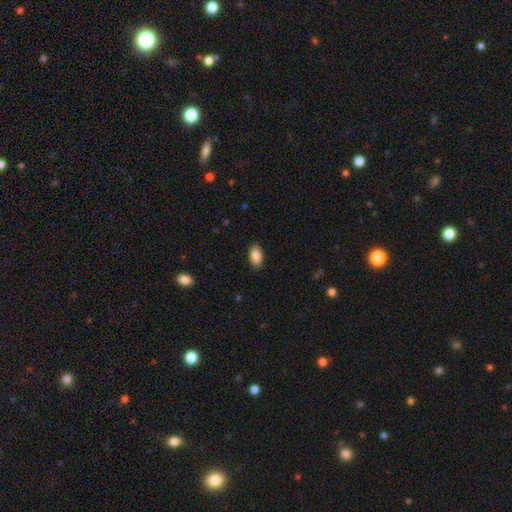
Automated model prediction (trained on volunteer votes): smooth 86%, featured or disk 7%, star or artifact 7%. Down the decision tree: how rounded — in between (94%); merging — none (89%).